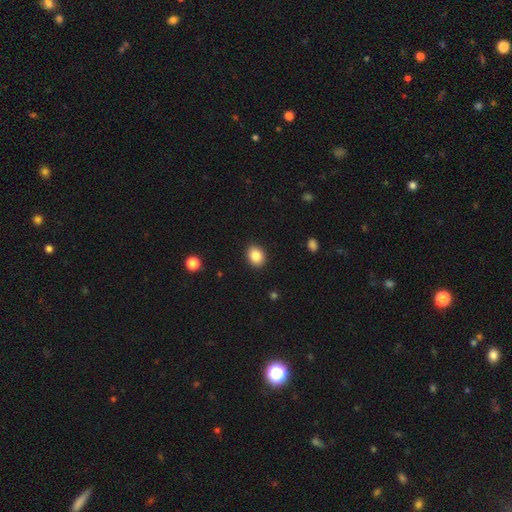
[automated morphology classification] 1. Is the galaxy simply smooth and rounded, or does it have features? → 87% smooth, 9% star or artifact, 5% featured or disk.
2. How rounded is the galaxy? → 54% in between, 45% round, 1% cigar-shaped.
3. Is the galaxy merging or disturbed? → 90% none, 7% minor disturbance, 2% major disturbance, 1% merger.